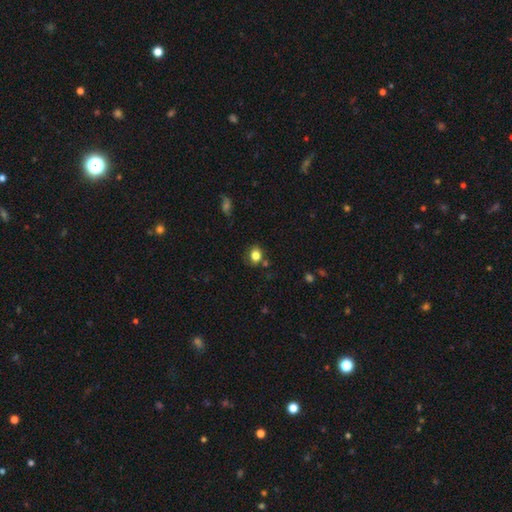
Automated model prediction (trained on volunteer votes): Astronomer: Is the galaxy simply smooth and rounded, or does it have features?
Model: smooth — 82%.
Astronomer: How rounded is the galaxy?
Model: round — 59% (runner-up: in between, 40%).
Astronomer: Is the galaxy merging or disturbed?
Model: none — 75%.